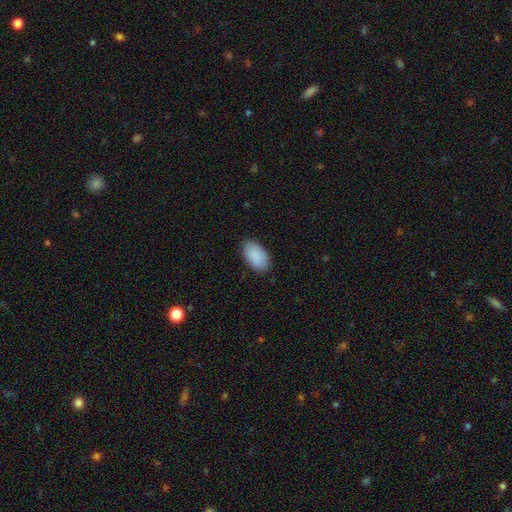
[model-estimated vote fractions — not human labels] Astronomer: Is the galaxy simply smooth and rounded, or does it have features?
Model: smooth — 91%.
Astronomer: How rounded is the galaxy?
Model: in between — 95%.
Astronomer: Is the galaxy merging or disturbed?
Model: none — 87%.